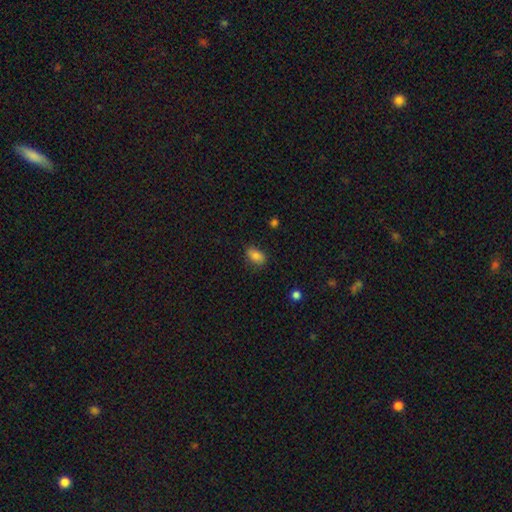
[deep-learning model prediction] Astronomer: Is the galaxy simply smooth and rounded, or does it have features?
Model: smooth — 84%.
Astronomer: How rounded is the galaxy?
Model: in between — 88%.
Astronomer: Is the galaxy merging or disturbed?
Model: none — 80%.